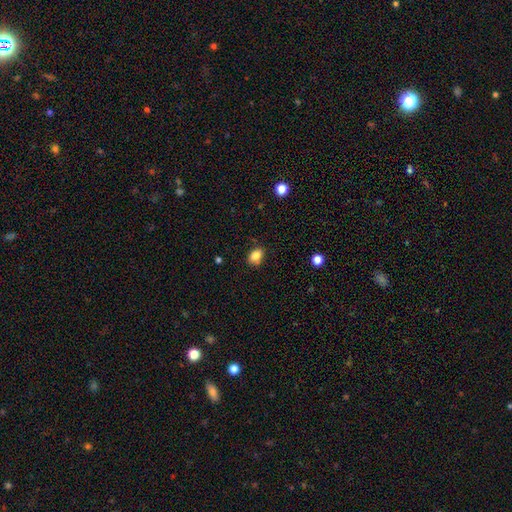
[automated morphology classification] Smooth or featured? smooth (83%)
How rounded? in between (73%)
Merging? none (81%)